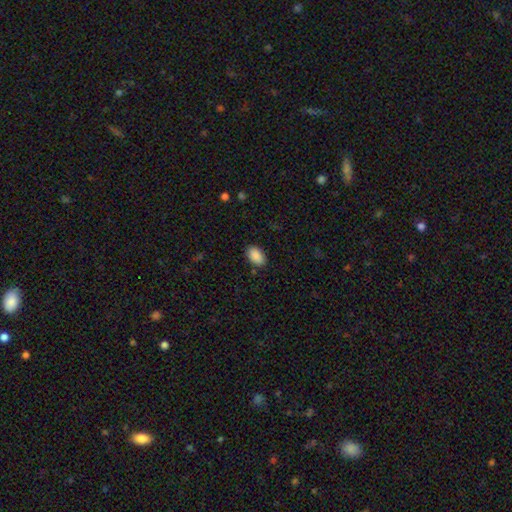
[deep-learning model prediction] The model was most divided on "merging": none: 87%, minor disturbance: 10%, major disturbance: 2%, merger: 1%. More confident: how rounded — in between (92%); smooth or featured — smooth (90%).